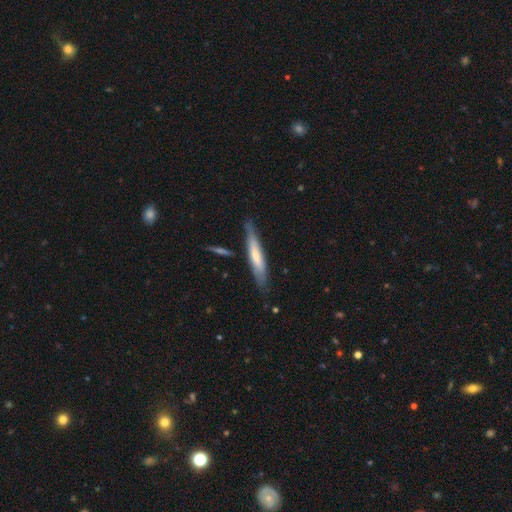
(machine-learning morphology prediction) Smooth or featured: smooth — 50% (featured or disk — 44%)
How rounded: cigar-shaped — 91% (in between — 8%)
Merging: none — 77% (minor disturbance — 17%)